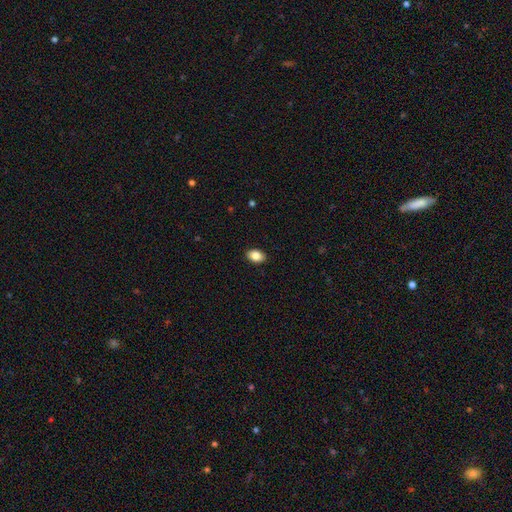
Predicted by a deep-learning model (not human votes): Smooth or featured: smooth — 86% (star or artifact — 8%)
How rounded: in between — 84% (round — 15%)
Merging: none — 90% (minor disturbance — 8%)